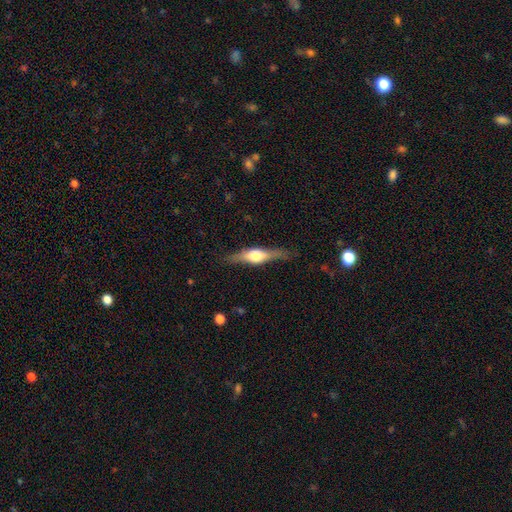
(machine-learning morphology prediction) Smooth or featured? featured or disk (68%)
Edge-on disk? yes (96%)
Edge-on bulge? rounded (91%)
Merging? none (83%)